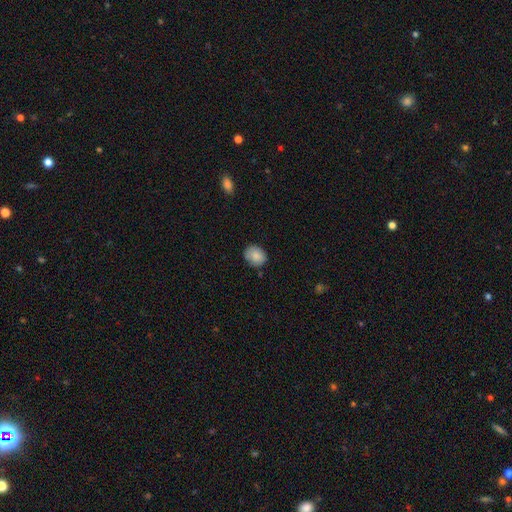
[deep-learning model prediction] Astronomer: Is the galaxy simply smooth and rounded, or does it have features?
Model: smooth — 84%.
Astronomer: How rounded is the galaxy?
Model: round — 56% (runner-up: in between, 44%).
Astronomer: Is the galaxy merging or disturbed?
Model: none — 77%.